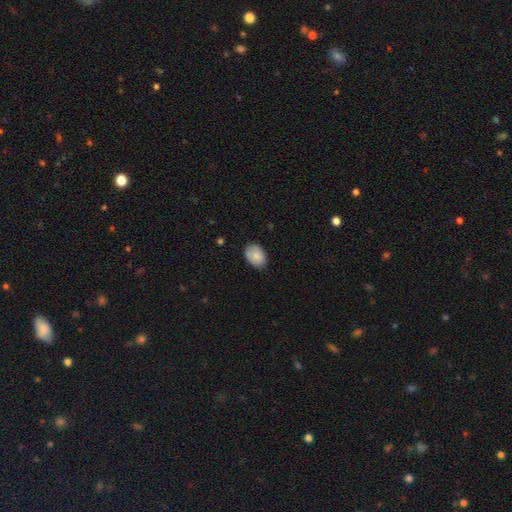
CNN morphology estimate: The model was most divided on "merging": none: 76%, minor disturbance: 20%, major disturbance: 4%, merger: 1%. More confident: smooth or featured — smooth (80%); how rounded — in between (80%).